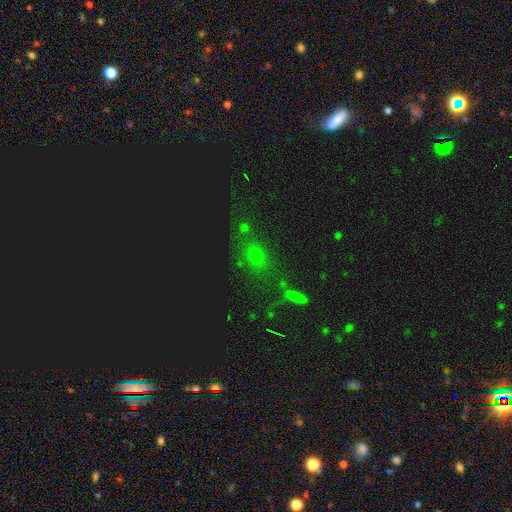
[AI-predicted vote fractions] smooth_or_featured: smooth (p=0.53) [alt: star or artifact p=0.37]
how_rounded: round (p=0.51) [alt: in between p=0.42]
merging: none (p=0.67) [alt: minor disturbance p=0.14]